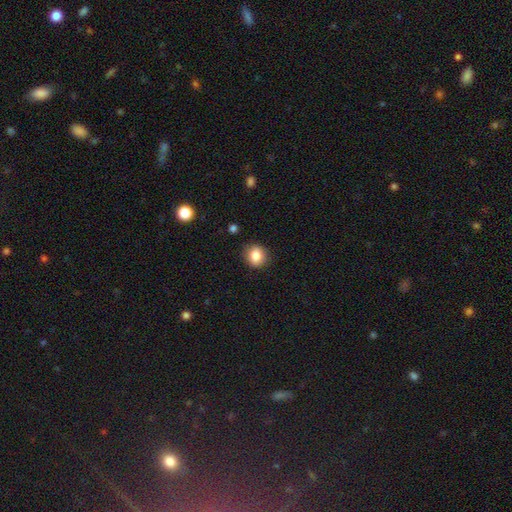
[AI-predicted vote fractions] Overall: smooth (85%). How rounded: round (80%). Merging: none (87%).